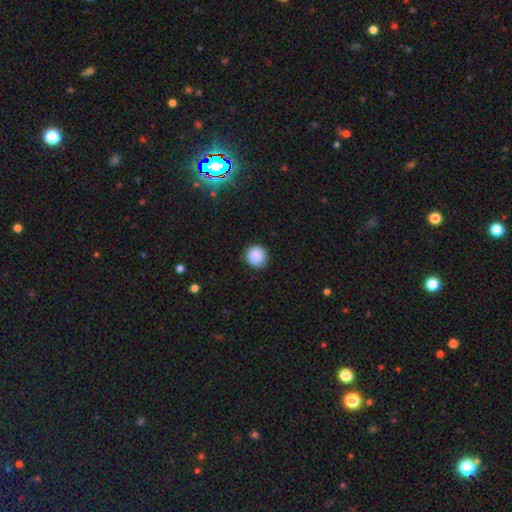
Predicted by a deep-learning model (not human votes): A smooth galaxy with no disk features (89%) that is round (96%). Merging: none (91%).